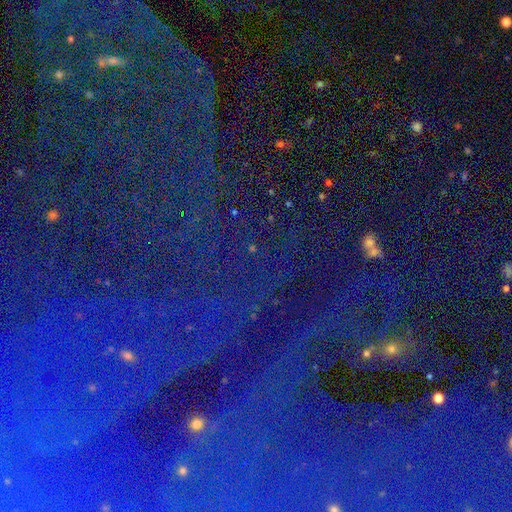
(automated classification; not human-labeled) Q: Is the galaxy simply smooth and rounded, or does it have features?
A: star or artifact — 85%.